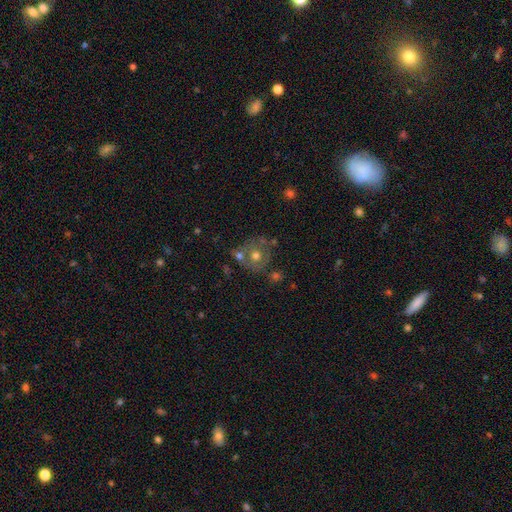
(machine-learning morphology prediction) Q: Smooth or featured?
A: smooth (45%); runner-up: featured or disk (44%)
Q: Merging?
A: none (57%); runner-up: merger (18%)